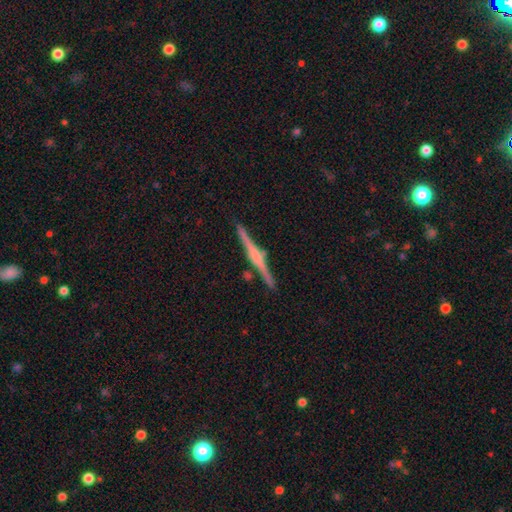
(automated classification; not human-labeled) smooth-or-featured: featured or disk: 80% | smooth: 15% | star or artifact: 5%
  disk-edge-on: yes: 98% | no: 2%
    edge-on-bulge: rounded: 69% | boxy: 18% | none: 13%
  merging: none: 90% | minor disturbance: 6% | merger: 2% | major disturbance: 1%